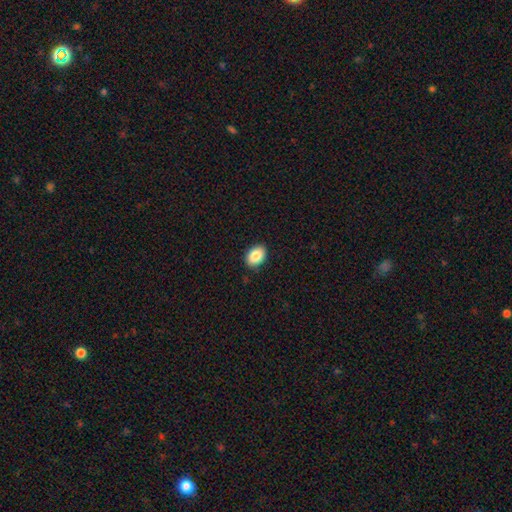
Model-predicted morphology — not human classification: smooth_or_featured: smooth (p=0.87) [alt: star or artifact p=0.07]
how_rounded: in between (p=0.82) [alt: round p=0.17]
merging: none (p=0.88) [alt: minor disturbance p=0.09]